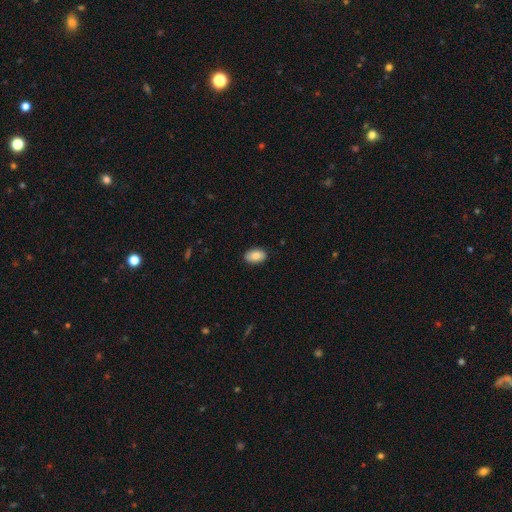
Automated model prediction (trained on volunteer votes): Smooth or featured? smooth (87%)
How rounded? in between (92%)
Merging? none (89%)